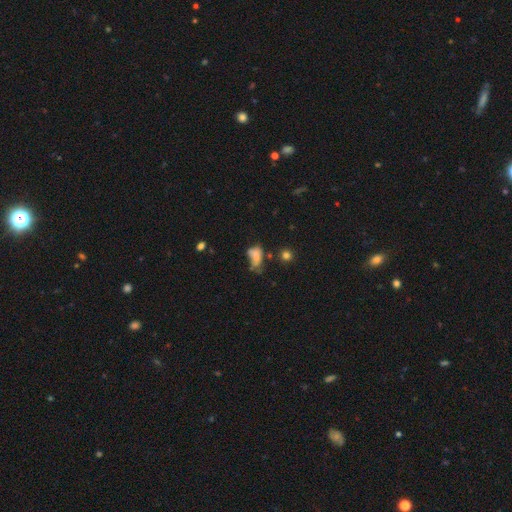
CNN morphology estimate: Smooth or featured: smooth — 62% (featured or disk — 22%)
How rounded: in between — 82% (round — 13%)
Merging: major disturbance — 34% (minor disturbance — 27%)